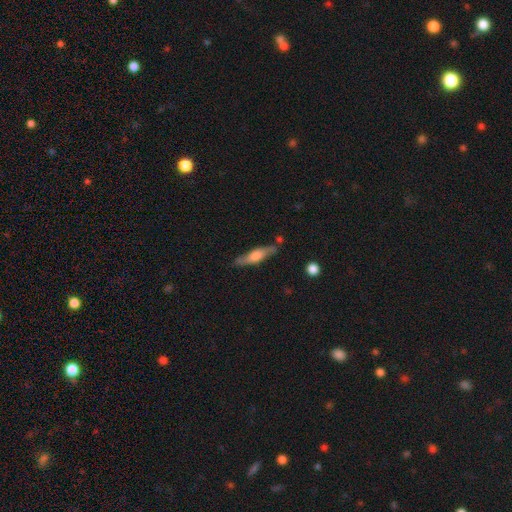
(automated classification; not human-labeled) Smooth or featured? featured or disk (47%, tied with smooth)
Merging? none (76%)